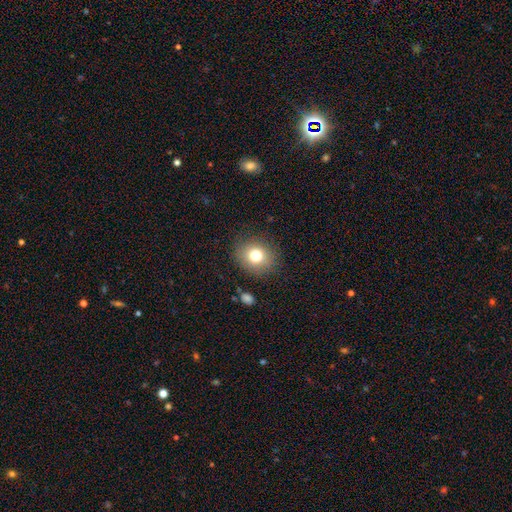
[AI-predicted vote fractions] Smooth or featured? Predicted: smooth (p=0.77). How rounded? Predicted: round (p=0.71). Merging? Predicted: none (p=0.85).